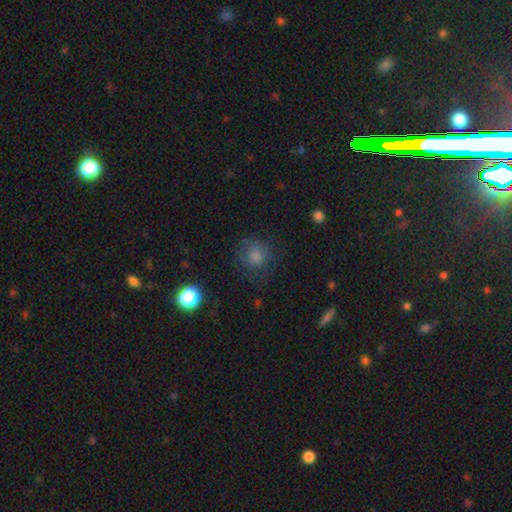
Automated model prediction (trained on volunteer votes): This is likely a smooth galaxy (71%). How rounded: clearly round (86%). Merging: likely none (73%).